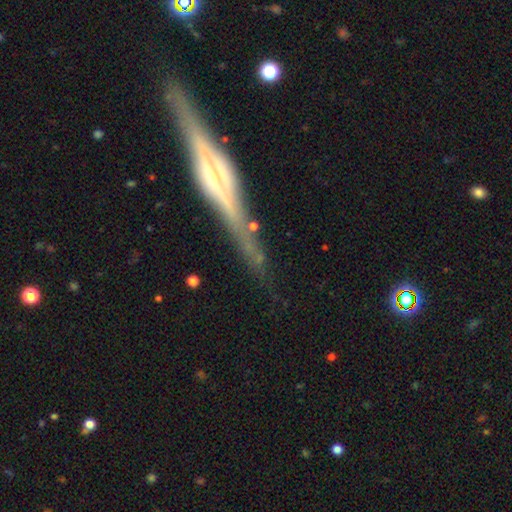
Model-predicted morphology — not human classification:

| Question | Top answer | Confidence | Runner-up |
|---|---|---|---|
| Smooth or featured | featured or disk | 71% | smooth (17%) |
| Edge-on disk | yes | 89% | no (11%) |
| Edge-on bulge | rounded | 59% | boxy (24%) |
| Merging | none | 70% | minor disturbance (17%) |